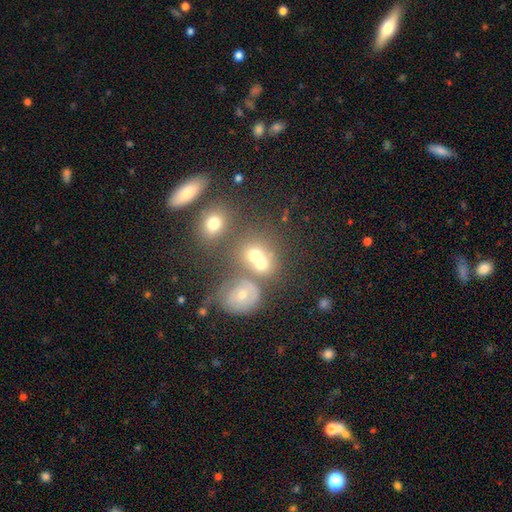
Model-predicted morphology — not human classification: Q: Smooth or featured?
A: smooth (62%); runner-up: featured or disk (22%)
Q: How rounded?
A: round (70%); runner-up: in between (29%)
Q: Merging?
A: merger (43%); runner-up: none (40%)